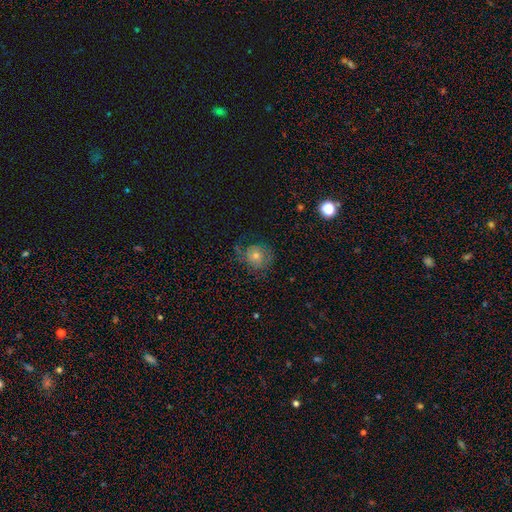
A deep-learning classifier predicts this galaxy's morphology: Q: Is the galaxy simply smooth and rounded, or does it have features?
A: featured or disk — 48%.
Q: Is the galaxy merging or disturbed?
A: none — 66%.